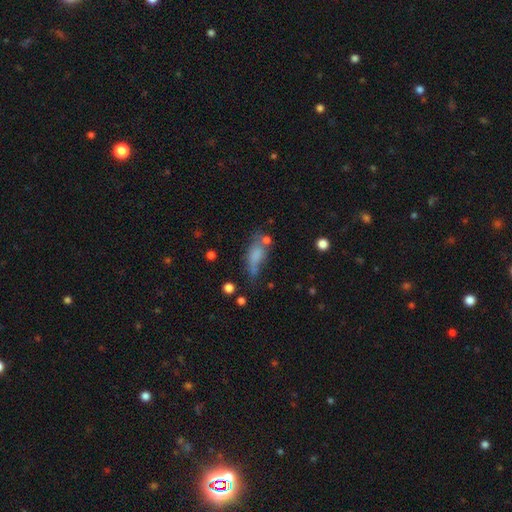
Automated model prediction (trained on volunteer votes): A smooth galaxy with no disk features (66%) that is in between round and cigar-shaped (69%).

Vote fractions:
- Smooth or featured? smooth: 66% / featured or disk: 21% / star or artifact: 13%
- How rounded? in between: 69% / cigar-shaped: 25% / round: 6%
- Merging? none: 35% / minor disturbance: 28% / major disturbance: 23% / merger: 14%